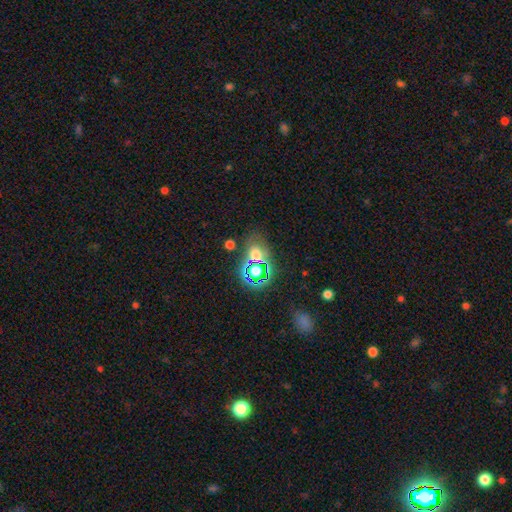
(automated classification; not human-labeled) Overall: smooth (50%; star or artifact 39%). How rounded: round (57%; in between 42%). Merging: none (66%).